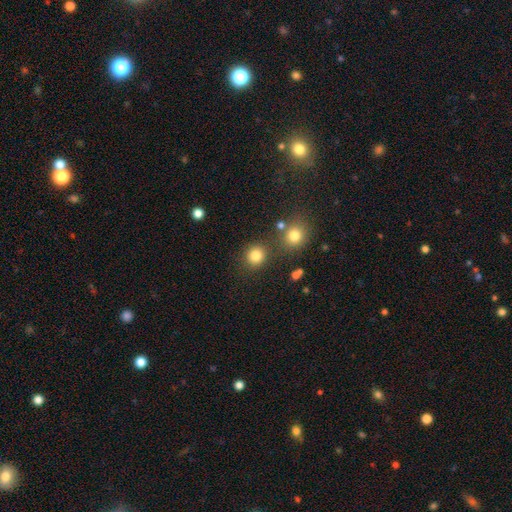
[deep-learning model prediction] A smooth galaxy with no disk features (82%) that is round (88%). Merging: none (80%).